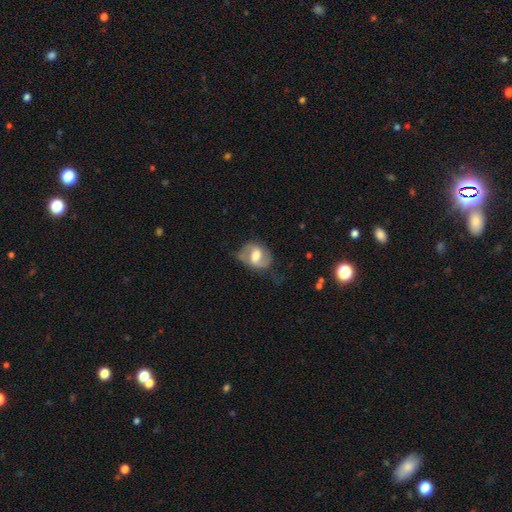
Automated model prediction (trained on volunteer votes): smooth-or-featured: featured or disk: 64% | smooth: 30% | star or artifact: 7%
  disk-edge-on: no: 96% | yes: 4%
    bar: weak: 49% | strong: 28% | no: 23%
    has-spiral-arms: yes: 81% | no: 19%
    bulge-size: moderate: 50% | large: 32% | small: 12% | none: 4% | dominant: 3%
  merging: none: 55% | minor disturbance: 27% | major disturbance: 16% | merger: 2%